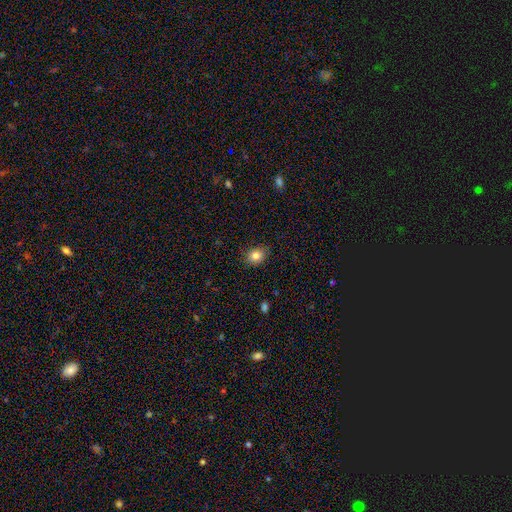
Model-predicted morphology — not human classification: A smooth galaxy with no disk features (83%) that is round (53%).

Vote fractions:
- Smooth or featured? smooth: 83% / star or artifact: 10% / featured or disk: 7%
- How rounded? round: 53% / in between: 46% / cigar-shaped: 1%
- Merging? none: 86% / minor disturbance: 10% / major disturbance: 2% / merger: 1%